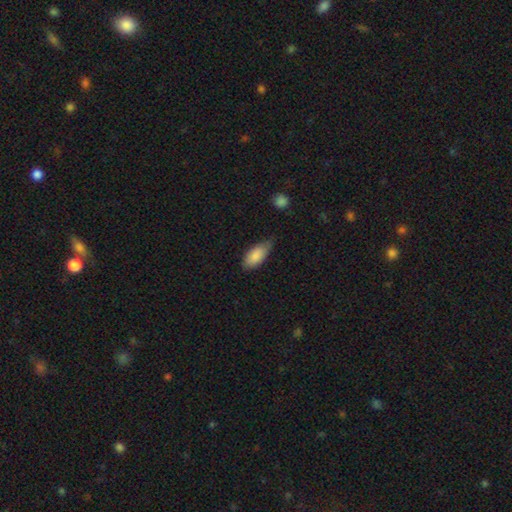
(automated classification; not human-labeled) Smooth or featured?
  - smooth: 86% *
  - featured or disk: 8%
  - star or artifact: 6%
How rounded?
  - in between: 88% *
  - cigar-shaped: 10%
  - round: 2%
Merging?
  - none: 50% *
  - minor disturbance: 40%
  - major disturbance: 7%
  - merger: 2%